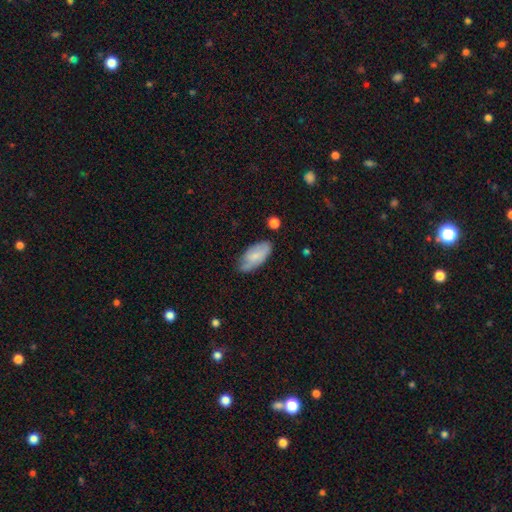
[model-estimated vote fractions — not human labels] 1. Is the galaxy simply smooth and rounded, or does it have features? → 73% smooth, 21% featured or disk, 6% star or artifact.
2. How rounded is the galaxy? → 90% in between, 8% cigar-shaped, 2% round.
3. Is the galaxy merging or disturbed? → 66% none, 26% minor disturbance, 5% major disturbance, 3% merger.